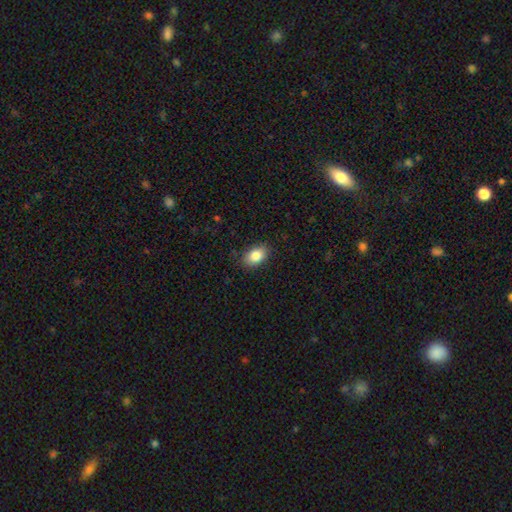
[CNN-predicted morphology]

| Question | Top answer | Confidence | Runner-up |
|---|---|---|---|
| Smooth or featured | smooth | 86% | star or artifact (8%) |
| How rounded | in between | 85% | round (14%) |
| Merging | none | 86% | minor disturbance (10%) |